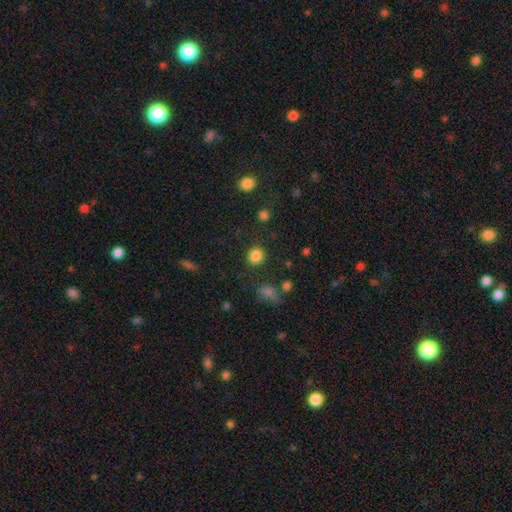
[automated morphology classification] Smooth or featured? Predicted: smooth (p=0.85). How rounded? Predicted: round (p=0.80). Merging? Predicted: none (p=0.86).